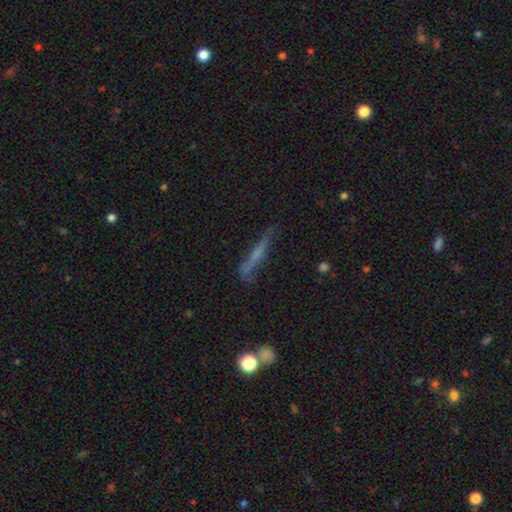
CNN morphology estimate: Overall: featured or disk (50%; smooth 38%). Merging: none (65%).